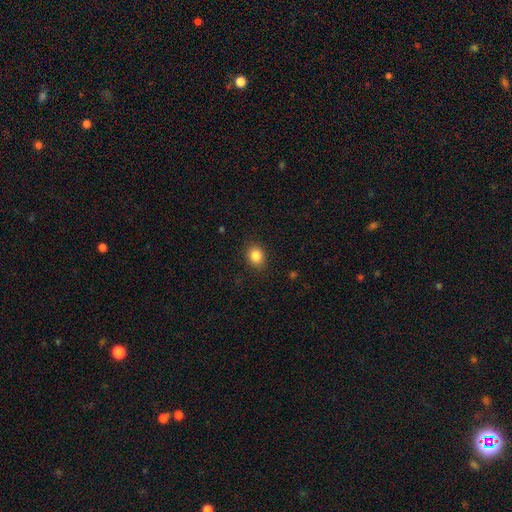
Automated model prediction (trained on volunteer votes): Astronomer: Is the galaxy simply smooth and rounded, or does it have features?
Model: smooth — 85%.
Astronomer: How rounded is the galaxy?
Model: round — 51% (runner-up: in between, 48%).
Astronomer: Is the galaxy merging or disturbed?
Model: none — 88%.